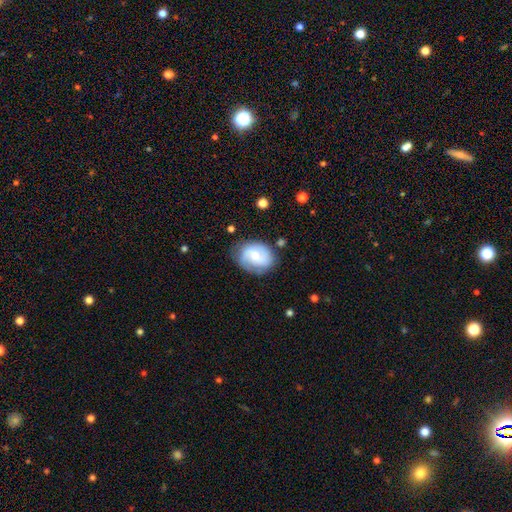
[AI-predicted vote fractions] Overall: featured or disk (63%; smooth 30%). Edge-on disk: no (97%). Bar: no (60%; weak 34%). Spiral arms: yes (88%). Spiral arm count: 2 (68%). Spiral winding: medium (42%; tight 38%). Bulge size: moderate (55%; small 39%). Merging: none (70%).